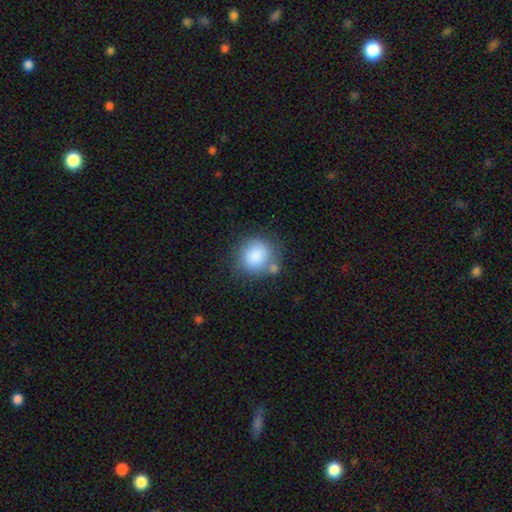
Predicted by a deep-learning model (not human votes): This is clearly a smooth galaxy (85%). How rounded: clearly round (83%). Merging: likely none (63%).